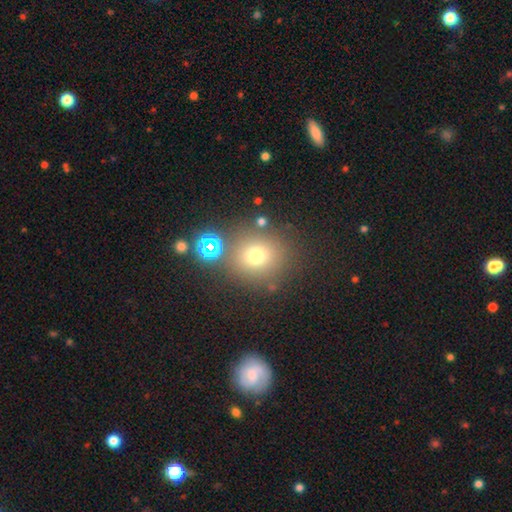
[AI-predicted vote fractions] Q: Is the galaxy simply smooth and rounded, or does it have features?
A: smooth — 71%.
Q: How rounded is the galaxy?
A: round — 88%.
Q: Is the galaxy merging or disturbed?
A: none — 79%.